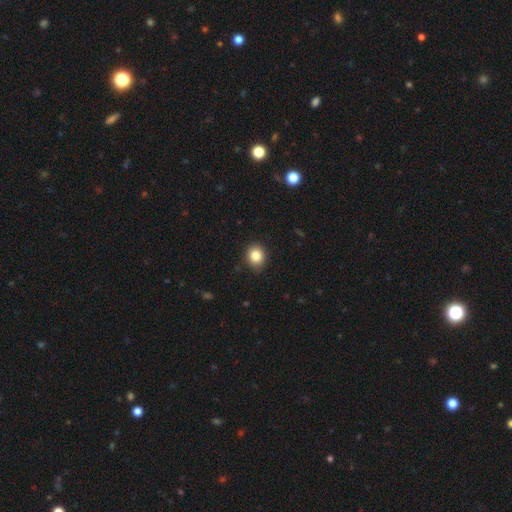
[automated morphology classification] Overall: smooth (84%). How rounded: round (69%; in between 30%). Merging: none (88%).